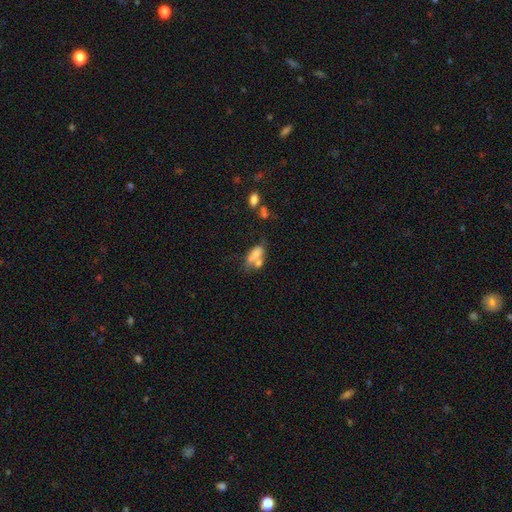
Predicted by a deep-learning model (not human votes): This is likely a smooth galaxy (63%). How rounded: clearly in between (82%). Merging: possibly merger (46%).